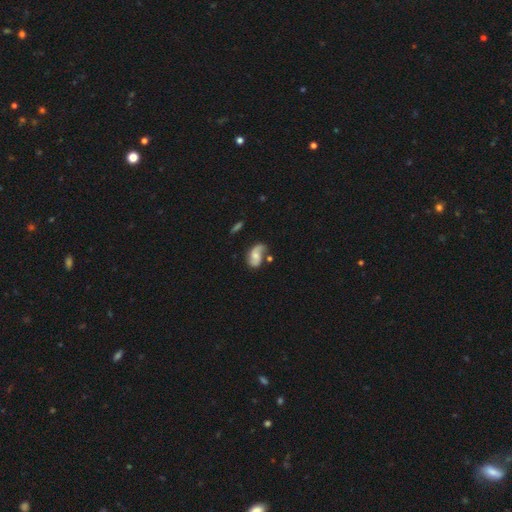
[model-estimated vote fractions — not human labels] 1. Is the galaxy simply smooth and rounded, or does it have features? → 61% featured or disk, 31% smooth, 8% star or artifact.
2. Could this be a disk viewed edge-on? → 97% no, 3% yes.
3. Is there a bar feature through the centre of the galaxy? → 63% no, 31% weak, 6% strong.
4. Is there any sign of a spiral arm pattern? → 89% yes, 11% no.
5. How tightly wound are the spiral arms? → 53% loose, 34% medium, 14% tight.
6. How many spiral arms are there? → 77% 2, 13% 1, 7% can't tell, 1% 3, 1% 4, 1% more than 4.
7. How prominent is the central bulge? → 45% moderate, 36% small, 11% none, 6% large, 2% dominant.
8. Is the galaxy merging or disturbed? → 51% none, 26% minor disturbance, 12% merger, 11% major disturbance.